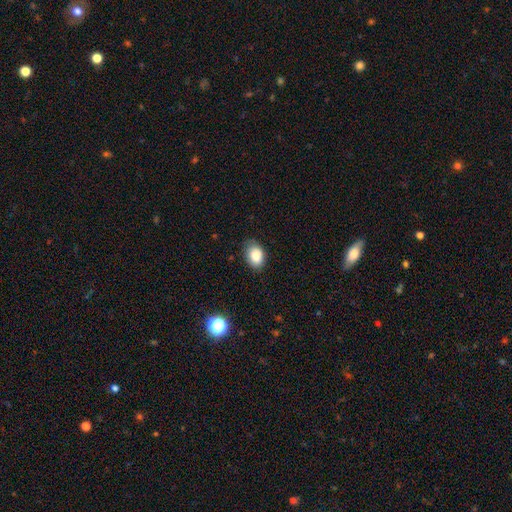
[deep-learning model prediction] Smooth or featured: smooth — 84% (star or artifact — 9%)
How rounded: in between — 77% (round — 22%)
Merging: none — 77% (minor disturbance — 19%)